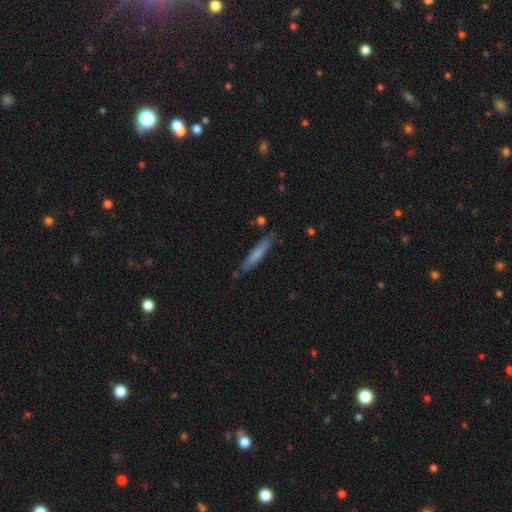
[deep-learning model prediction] smooth_or_featured: smooth (p=0.64) [alt: featured or disk p=0.29]
how_rounded: cigar-shaped (p=0.93) [alt: in between p=0.06]
merging: none (p=0.83) [alt: minor disturbance p=0.12]